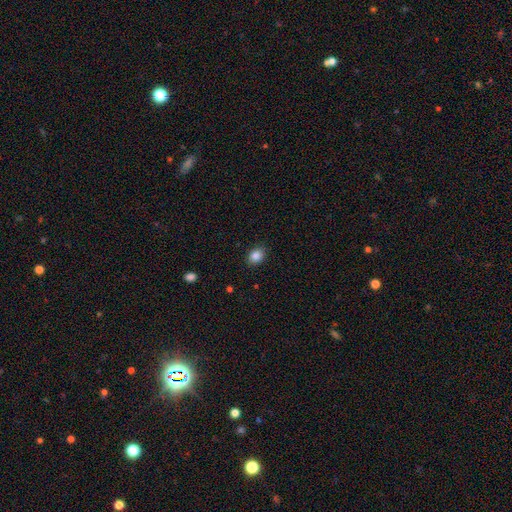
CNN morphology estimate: smooth 86%, star or artifact 10%, featured or disk 4%. Down the decision tree: how rounded — in between (58%); merging — none (88%).